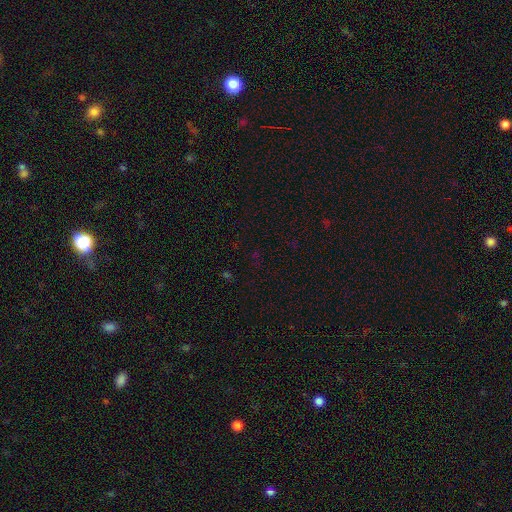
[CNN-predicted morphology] type=star or artifact (65%).